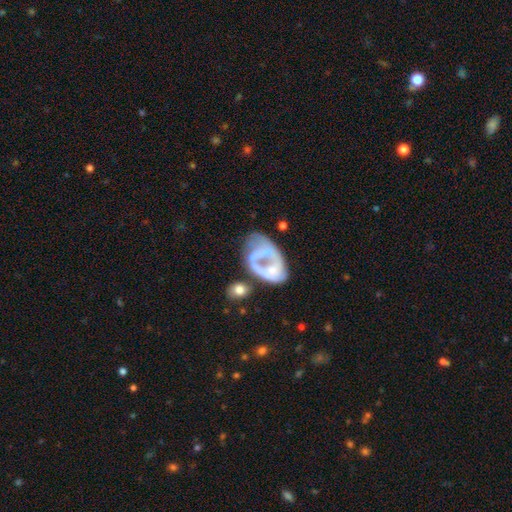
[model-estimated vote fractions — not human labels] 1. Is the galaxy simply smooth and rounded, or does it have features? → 57% featured or disk, 32% smooth, 10% star or artifact.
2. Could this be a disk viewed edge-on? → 97% no, 3% yes.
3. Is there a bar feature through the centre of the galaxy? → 75% no, 17% weak, 9% strong.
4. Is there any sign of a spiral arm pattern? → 76% no, 24% yes.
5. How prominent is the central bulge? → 51% none, 27% small, 18% moderate, 3% large, 2% dominant.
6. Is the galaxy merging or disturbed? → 46% major disturbance, 20% none, 19% merger, 15% minor disturbance.